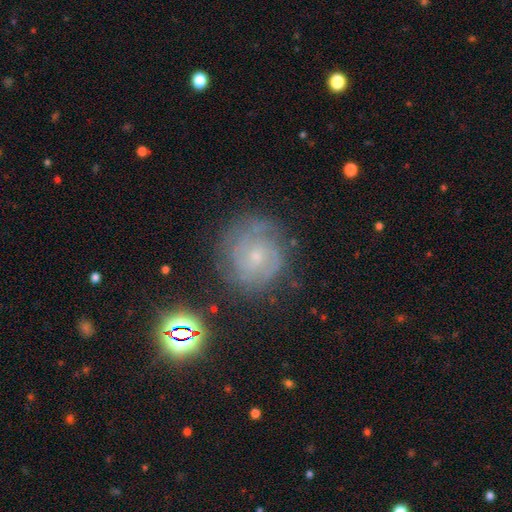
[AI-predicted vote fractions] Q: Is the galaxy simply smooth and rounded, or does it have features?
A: featured or disk — 70%.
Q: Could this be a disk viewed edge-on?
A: no — 98%.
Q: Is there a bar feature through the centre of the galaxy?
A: no — 68%.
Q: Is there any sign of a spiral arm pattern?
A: yes — 89%.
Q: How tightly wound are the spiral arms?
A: tight — 62%.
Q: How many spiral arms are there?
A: can't tell — 38%.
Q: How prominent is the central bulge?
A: small — 70%.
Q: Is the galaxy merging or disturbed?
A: none — 73%.